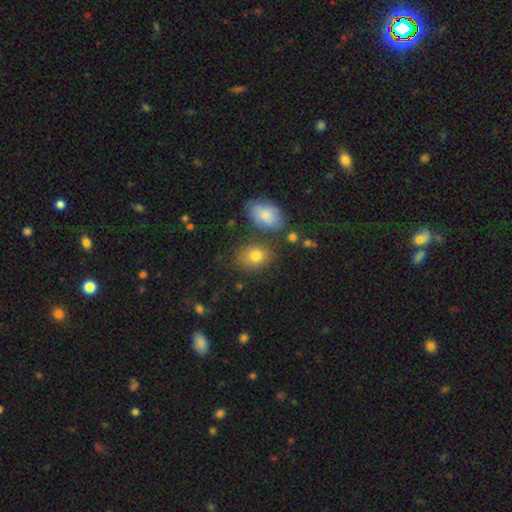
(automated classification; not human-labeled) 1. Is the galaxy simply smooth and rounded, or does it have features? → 79% smooth, 11% star or artifact, 10% featured or disk.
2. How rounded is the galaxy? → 60% in between, 39% round, 1% cigar-shaped.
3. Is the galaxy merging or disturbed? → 72% none, 14% minor disturbance, 9% merger, 5% major disturbance.